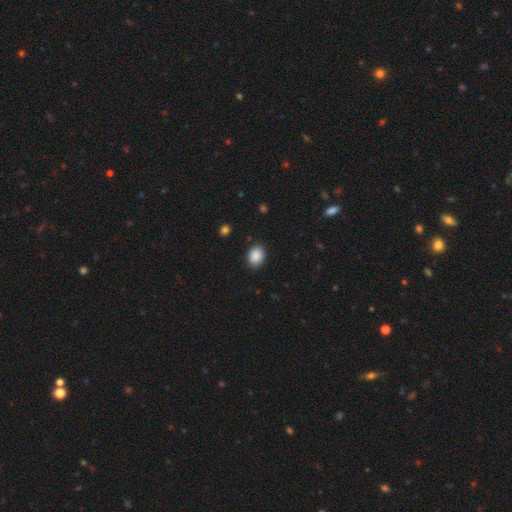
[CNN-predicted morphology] smooth 89%, star or artifact 8%, featured or disk 3%. Down the decision tree: how rounded — in between (67%); merging — none (89%).